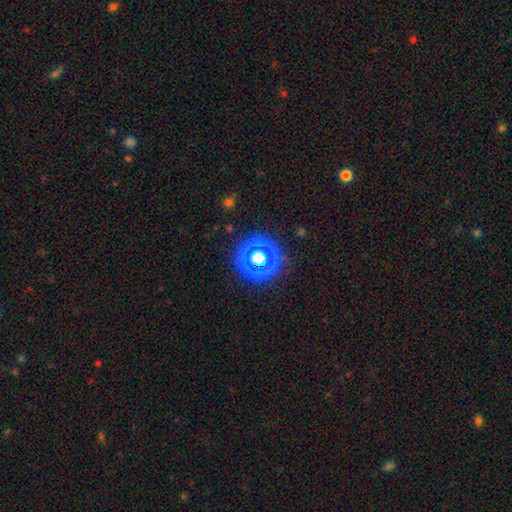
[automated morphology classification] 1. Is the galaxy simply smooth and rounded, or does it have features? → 59% smooth, 34% star or artifact, 7% featured or disk.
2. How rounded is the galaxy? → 93% round, 6% in between, 1% cigar-shaped.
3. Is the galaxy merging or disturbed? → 91% none, 5% minor disturbance, 2% major disturbance, 2% merger.